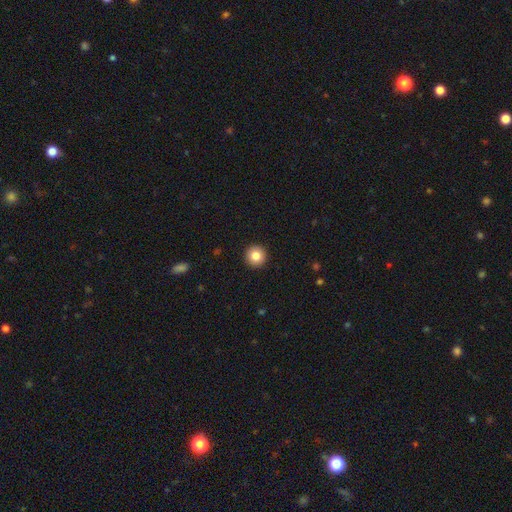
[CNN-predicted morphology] Overall: smooth (83%). How rounded: round (96%). Merging: none (93%).